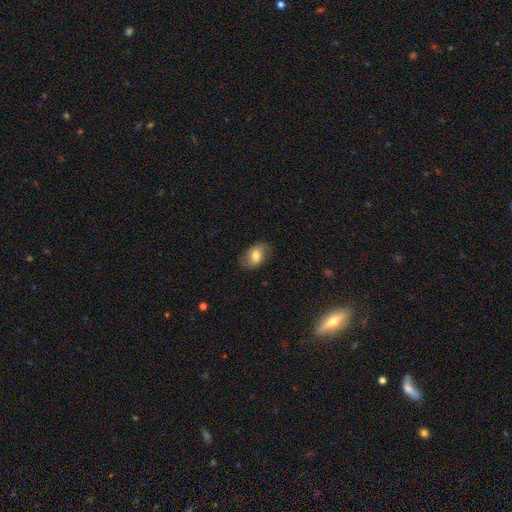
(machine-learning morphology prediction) Smooth or featured? Predicted: smooth (p=0.67). How rounded? Predicted: in between (p=0.85). Merging? Predicted: none (p=0.75).